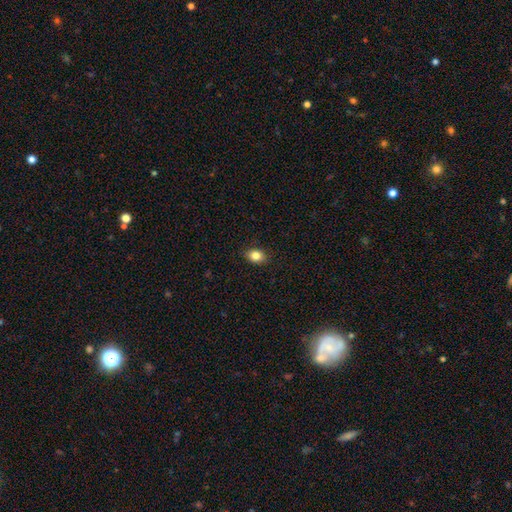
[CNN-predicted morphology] The model was most divided on "how rounded": in between: 68%, round: 31%, cigar-shaped: 1%. More confident: merging — none (89%); smooth or featured — smooth (84%).